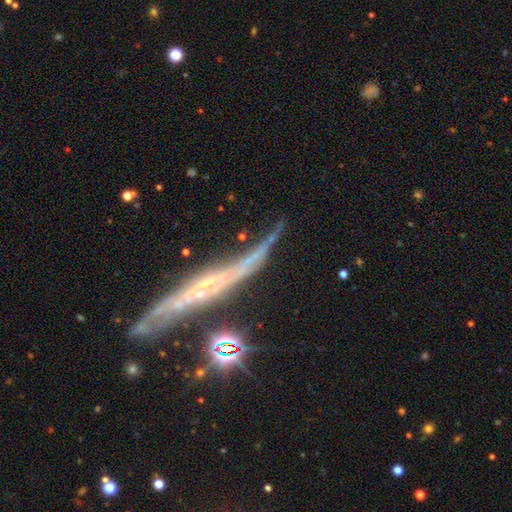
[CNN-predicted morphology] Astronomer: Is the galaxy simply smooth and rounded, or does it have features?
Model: featured or disk — 71%.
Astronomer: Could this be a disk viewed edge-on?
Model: yes — 84%.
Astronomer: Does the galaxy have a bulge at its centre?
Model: none — 65%.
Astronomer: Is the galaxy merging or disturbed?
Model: none — 65%.